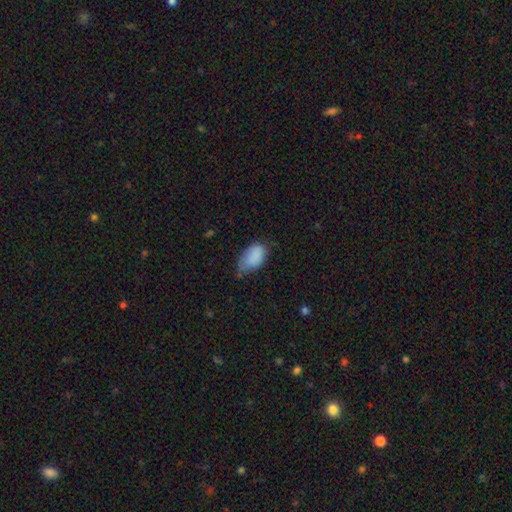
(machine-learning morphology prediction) Q: Smooth or featured?
A: smooth (86%); runner-up: star or artifact (7%)
Q: How rounded?
A: in between (93%); runner-up: round (5%)
Q: Merging?
A: none (45%); runner-up: minor disturbance (41%)